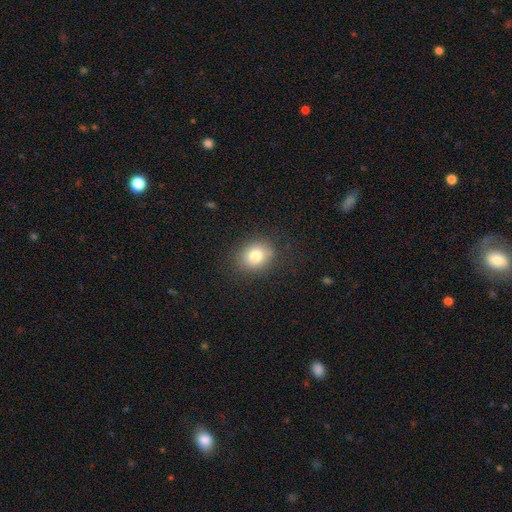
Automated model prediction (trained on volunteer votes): A smooth galaxy with no disk features (80%) that is round (59%). Merging: none (83%).